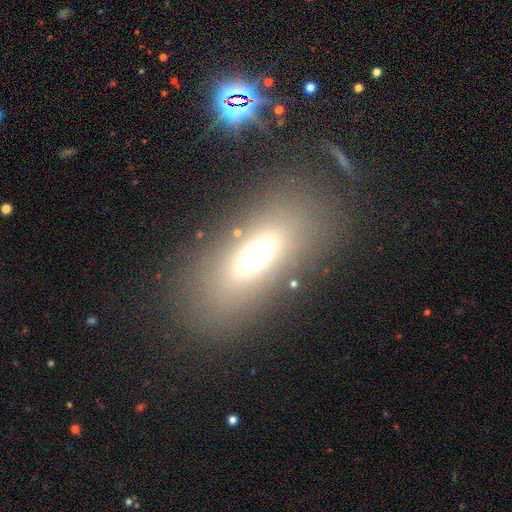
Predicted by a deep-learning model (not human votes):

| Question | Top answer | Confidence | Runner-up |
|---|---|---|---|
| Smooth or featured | smooth | 54% | featured or disk (27%) |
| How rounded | in between | 76% | cigar-shaped (18%) |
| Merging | none | 79% | minor disturbance (10%) |